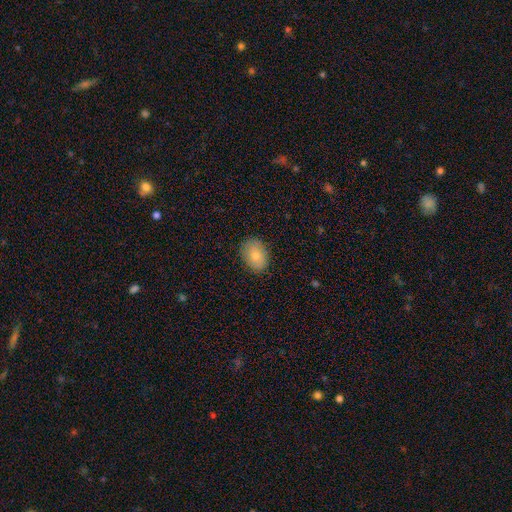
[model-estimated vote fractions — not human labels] This is clearly a smooth galaxy (80%). How rounded: likely in between (76%). Merging: clearly none (86%).